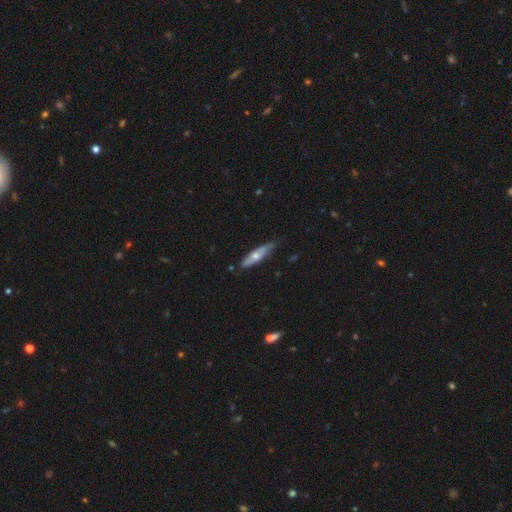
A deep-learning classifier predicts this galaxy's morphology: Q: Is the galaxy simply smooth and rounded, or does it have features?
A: featured or disk — 49%.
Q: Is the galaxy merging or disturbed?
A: none — 74%.